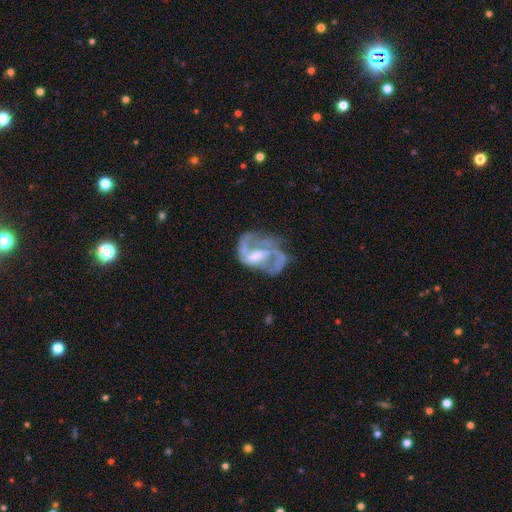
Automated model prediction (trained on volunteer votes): smooth-or-featured: featured or disk: 78% | smooth: 14% | star or artifact: 8%
  disk-edge-on: no: 97% | yes: 3%
    bar: weak: 45% | no: 36% | strong: 19%
    has-spiral-arms: yes: 73% | no: 27%
      spiral-winding: medium: 46% | loose: 32% | tight: 22%
      spiral-arm-count: 2: 45% | can't tell: 25% | 3: 16% | 1: 8% | 4: 4% | more than 4: 3%
    bulge-size: moderate: 47% | small: 22% | none: 17% | large: 12% | dominant: 1%
  merging: none: 37% | major disturbance: 36% | minor disturbance: 21% | merger: 5%